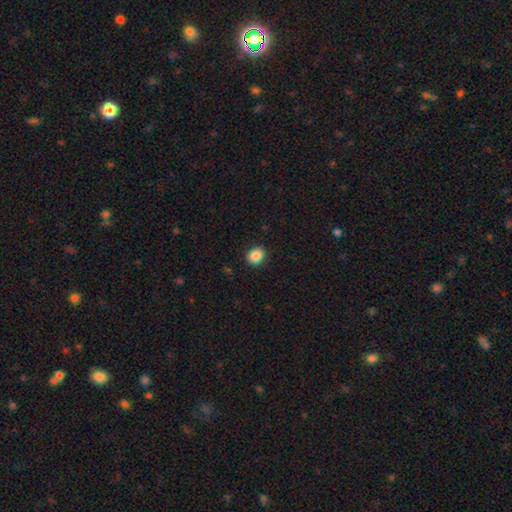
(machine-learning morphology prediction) type=smooth (88%); roundness=round (57%); merging=none (89%).